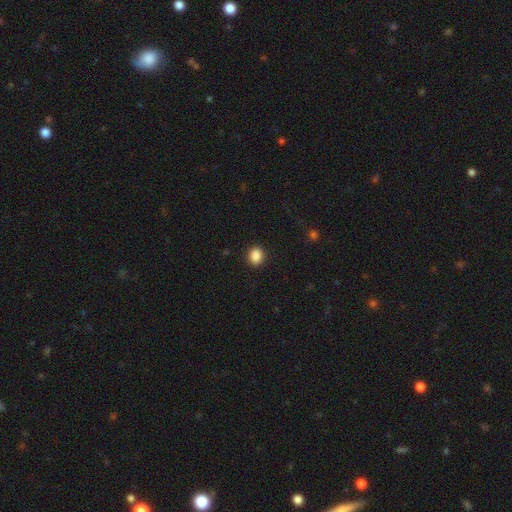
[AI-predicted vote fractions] This is clearly a smooth galaxy (88%). How rounded: possibly round (59%). Merging: clearly none (91%).